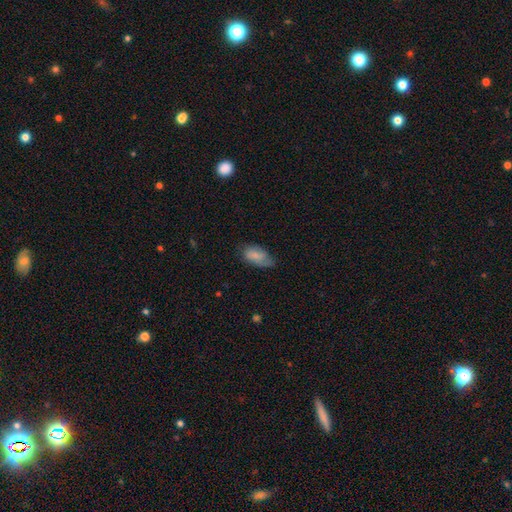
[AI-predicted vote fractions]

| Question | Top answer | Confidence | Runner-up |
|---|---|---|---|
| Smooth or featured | smooth | 76% | featured or disk (17%) |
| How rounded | in between | 92% | cigar-shaped (4%) |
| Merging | none | 54% | minor disturbance (33%) |